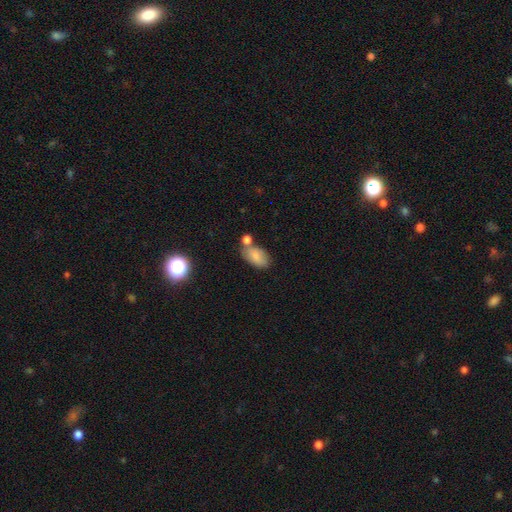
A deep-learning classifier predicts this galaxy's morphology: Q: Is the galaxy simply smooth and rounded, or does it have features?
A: smooth — 79%.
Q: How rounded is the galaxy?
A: in between — 92%.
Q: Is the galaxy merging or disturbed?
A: none — 56%.